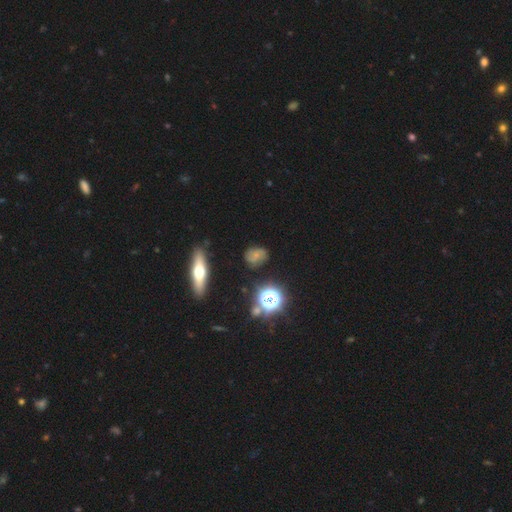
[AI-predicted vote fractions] The model was most divided on "smooth or featured": smooth: 42%, featured or disk: 37%, star or artifact: 20%. More confident: merging — none (69%).